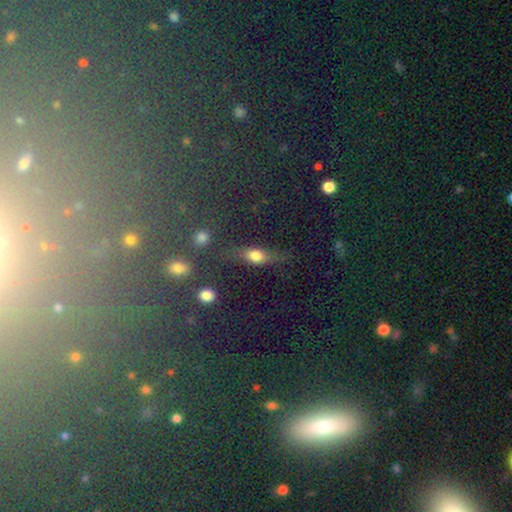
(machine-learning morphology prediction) This appears to be a smooth galaxy with no disk features (63%) that is in between round and cigar-shaped (51%). Merging: none (67%).